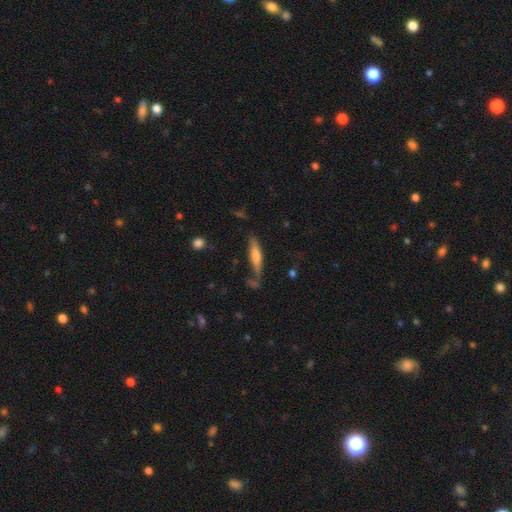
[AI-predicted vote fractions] Q: Smooth or featured?
A: smooth (60%); runner-up: featured or disk (33%)
Q: How rounded?
A: cigar-shaped (78%); runner-up: in between (20%)
Q: Merging?
A: none (67%); runner-up: minor disturbance (19%)